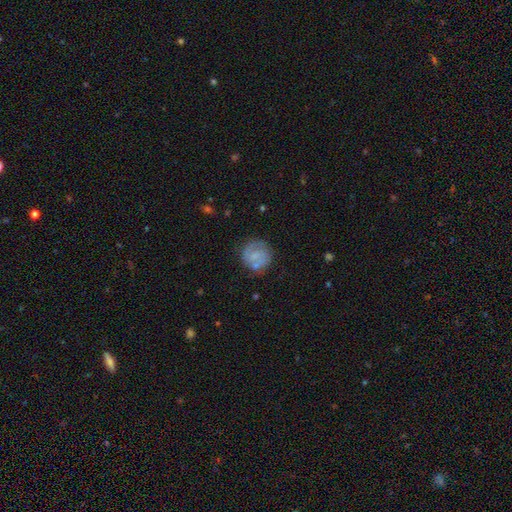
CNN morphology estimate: featured or disk 51%, smooth 41%, star or artifact 8%. Down the decision tree: edge-on disk — no (98%); merging — none (65%).